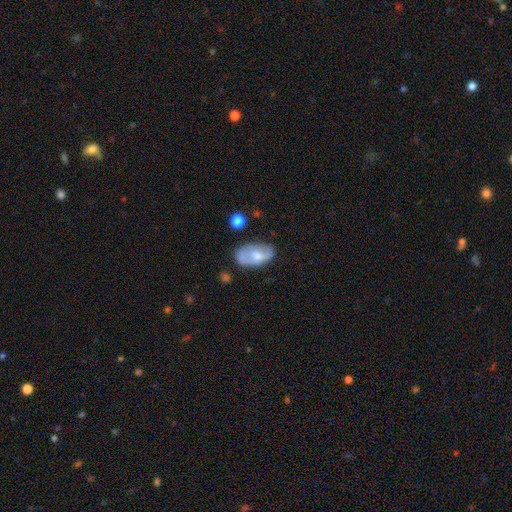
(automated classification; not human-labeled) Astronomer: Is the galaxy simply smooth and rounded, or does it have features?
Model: smooth — 52% (runner-up: featured or disk, 41%).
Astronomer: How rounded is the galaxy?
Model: in between — 92%.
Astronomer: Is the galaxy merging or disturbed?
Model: none — 63%.